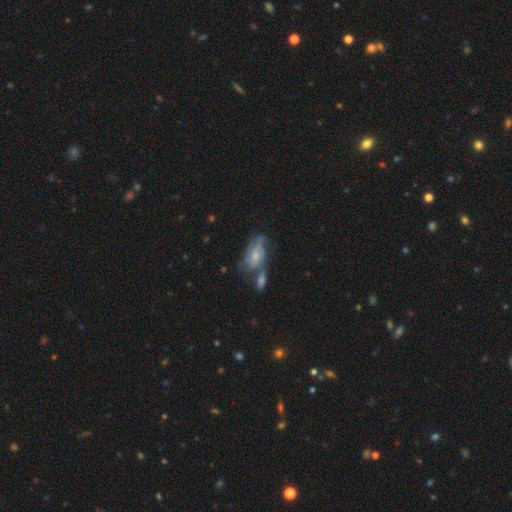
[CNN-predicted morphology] type=featured or disk (59%); edge-on=no (93%); bar=no (62%); spiral arms=yes (81%); bulge=small (55%); merging=none (35%).